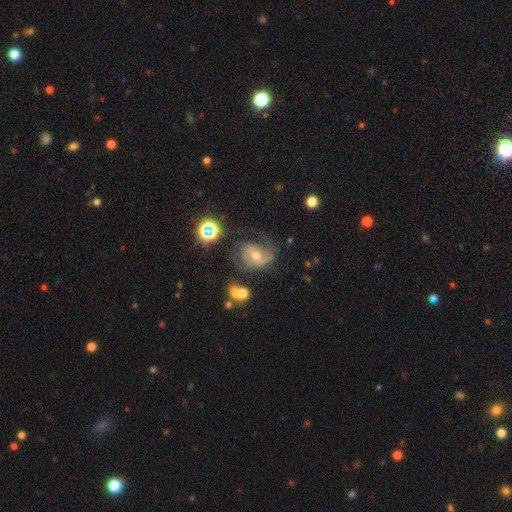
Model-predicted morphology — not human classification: This is likely a featured or disk galaxy (72%). It is clearly not viewed edge-on (97%). Bar: marginally no (44%). Spiral arm pattern: clearly yes (89%). Spiral arm count: possibly 2 (55%). Spiral winding: possibly medium (45%). Central bulge: likely moderate (63%). Merging: possibly none (46%).